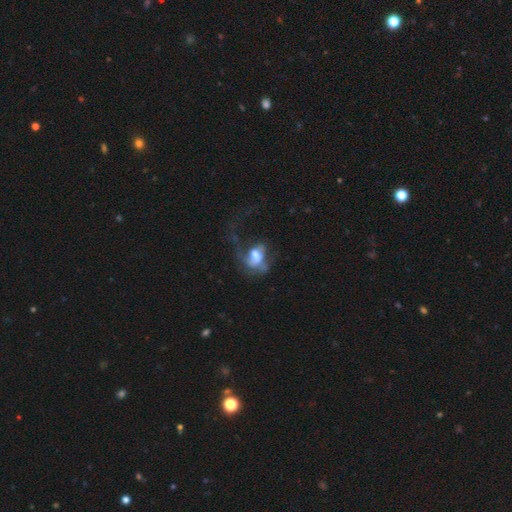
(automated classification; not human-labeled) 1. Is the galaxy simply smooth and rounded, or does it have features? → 47% featured or disk, 43% smooth, 10% star or artifact.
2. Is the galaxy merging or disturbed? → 59% major disturbance, 21% none, 14% minor disturbance, 6% merger.